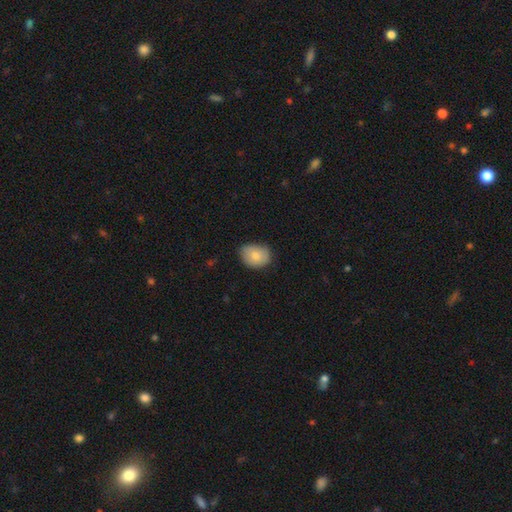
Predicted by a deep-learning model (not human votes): smooth-or-featured: smooth: 81% | featured or disk: 11% | star or artifact: 7%
  how-rounded: in between: 57% | round: 42% | cigar-shaped: 1%
  merging: none: 68% | minor disturbance: 26% | major disturbance: 4% | merger: 1%